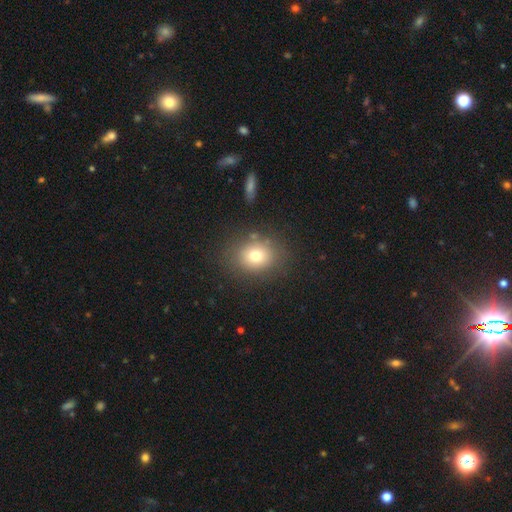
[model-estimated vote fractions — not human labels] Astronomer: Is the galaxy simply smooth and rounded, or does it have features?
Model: smooth — 74%.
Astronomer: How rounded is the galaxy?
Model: round — 62%.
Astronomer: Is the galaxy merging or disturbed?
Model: none — 81%.